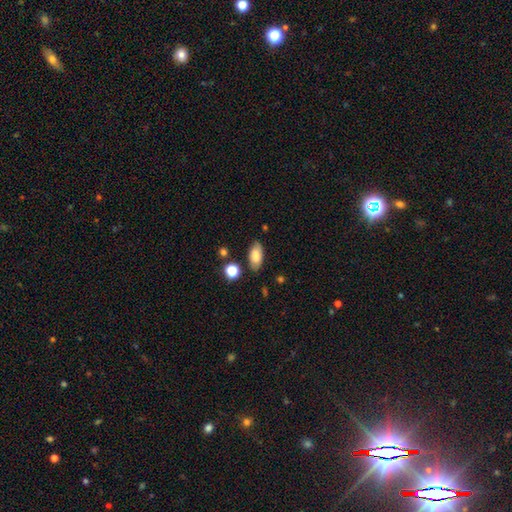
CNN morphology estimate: The model was most divided on "merging": none: 80%, minor disturbance: 13%, major disturbance: 3%, merger: 3%. More confident: how rounded — in between (91%); smooth or featured — smooth (80%).